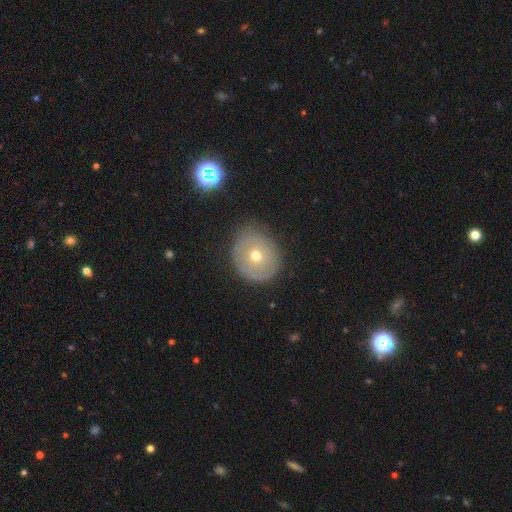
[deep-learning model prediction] Smooth or featured? smooth (50%)
How rounded? round (74%)
Merging? none (76%)